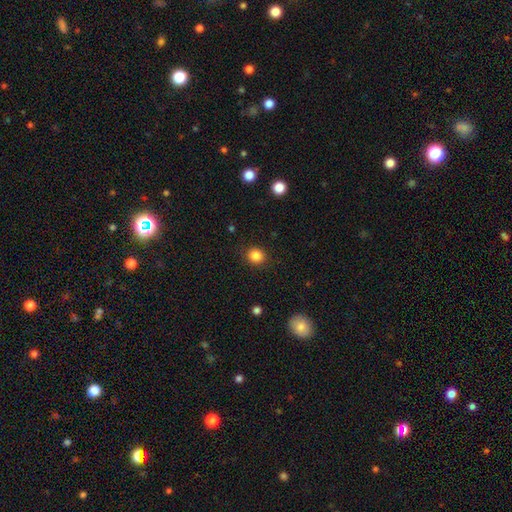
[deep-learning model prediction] Morphology: type=smooth (86%); roundness=round (81%); merging=none (89%).